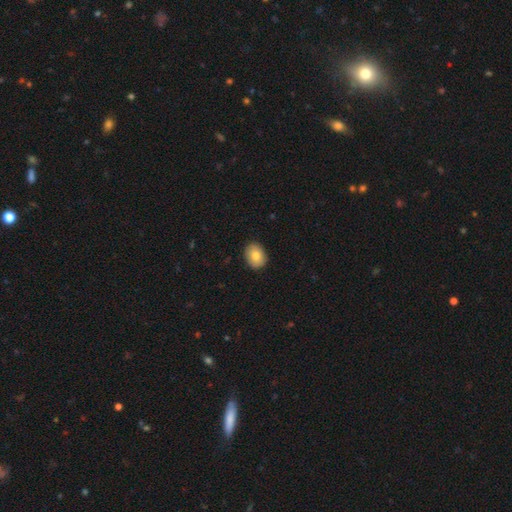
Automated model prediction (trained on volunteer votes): Q: Smooth or featured?
A: smooth (81%); runner-up: featured or disk (11%)
Q: How rounded?
A: in between (60%); runner-up: round (39%)
Q: Merging?
A: none (90%); runner-up: minor disturbance (8%)